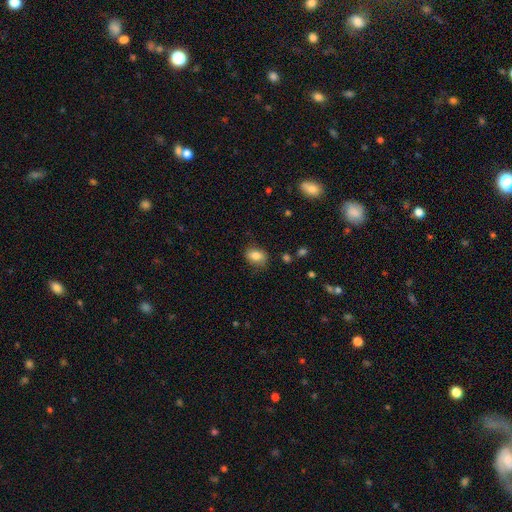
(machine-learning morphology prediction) smooth-or-featured: smooth: 83% | star or artifact: 9% | featured or disk: 8%
  how-rounded: in between: 74% | round: 24% | cigar-shaped: 1%
  merging: none: 79% | minor disturbance: 16% | major disturbance: 3% | merger: 2%